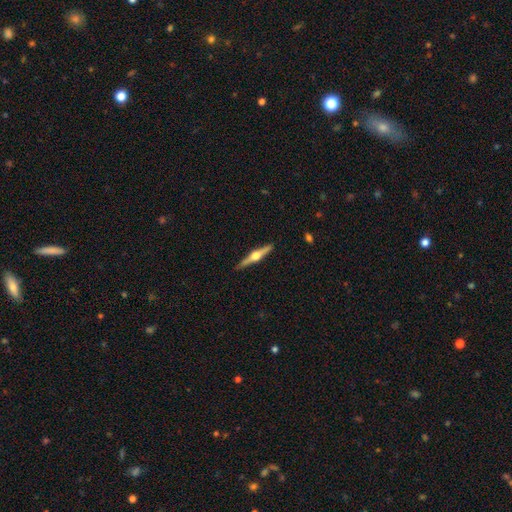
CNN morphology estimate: Smooth or featured: featured or disk — 80% (smooth — 16%)
Edge-on disk: yes — 98% (no — 2%)
Edge-on bulge: rounded — 96% (boxy — 3%)
Merging: none — 91% (minor disturbance — 6%)